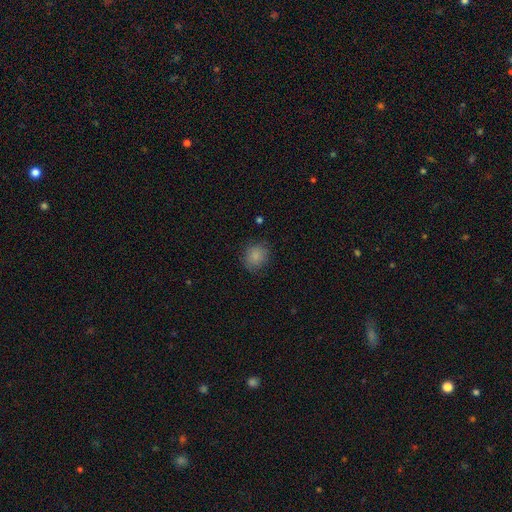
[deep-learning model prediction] Morphology: type=smooth (85%); roundness=round (75%); merging=none (80%).